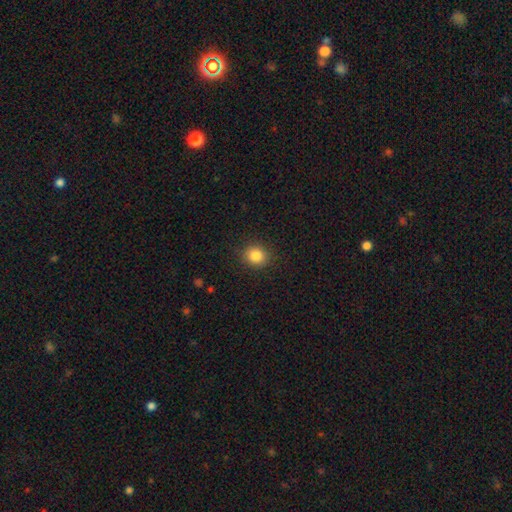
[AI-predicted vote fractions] This appears to be a smooth galaxy with no disk features (84%) that is round (79%). Merging: none (89%).